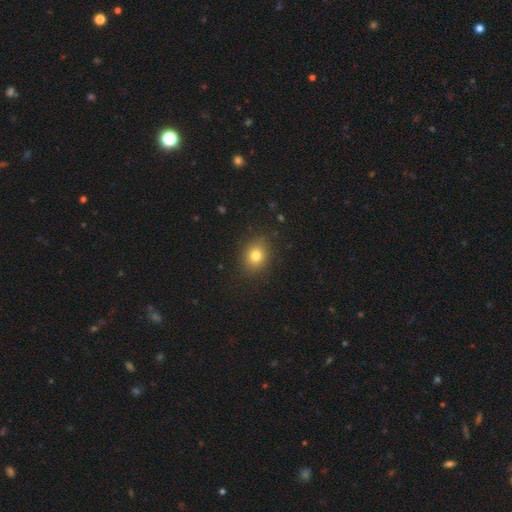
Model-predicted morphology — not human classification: smooth_or_featured: smooth (p=0.79) [alt: star or artifact p=0.12]
how_rounded: round (p=0.54) [alt: in between p=0.45]
merging: none (p=0.87) [alt: minor disturbance p=0.09]